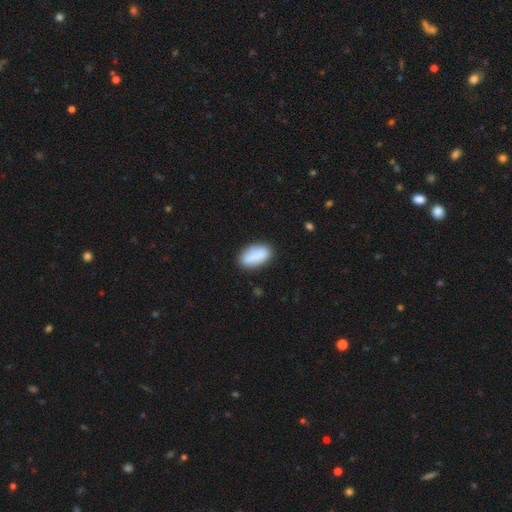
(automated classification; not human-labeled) A smooth galaxy with no disk features (82%) that is in between round and cigar-shaped (91%). Merging: none (76%).